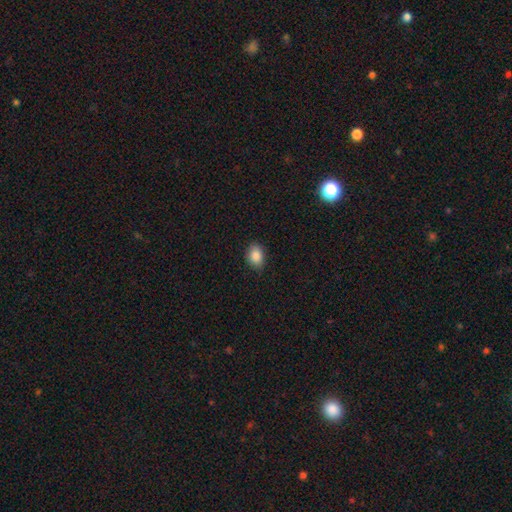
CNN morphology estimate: A smooth galaxy with no disk features (87%) that is in between round and cigar-shaped (75%).

Vote fractions:
- Smooth or featured? smooth: 87% / star or artifact: 8% / featured or disk: 5%
- How rounded? in between: 75% / round: 24% / cigar-shaped: 1%
- Merging? none: 84% / minor disturbance: 13% / major disturbance: 2% / merger: 1%